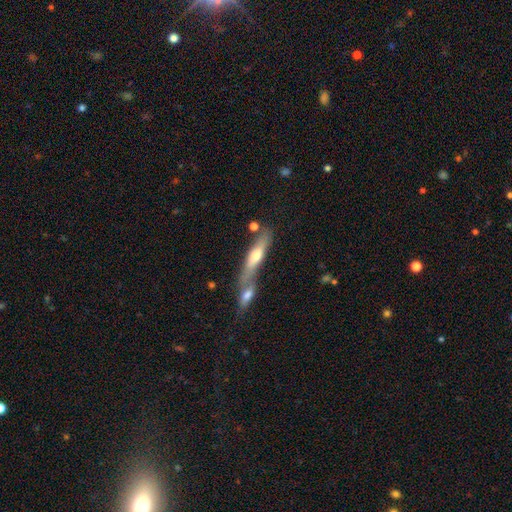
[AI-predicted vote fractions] The model was most divided on "smooth or featured": smooth: 47%, featured or disk: 46%, star or artifact: 7%. Remaining: merging — merger (45%).